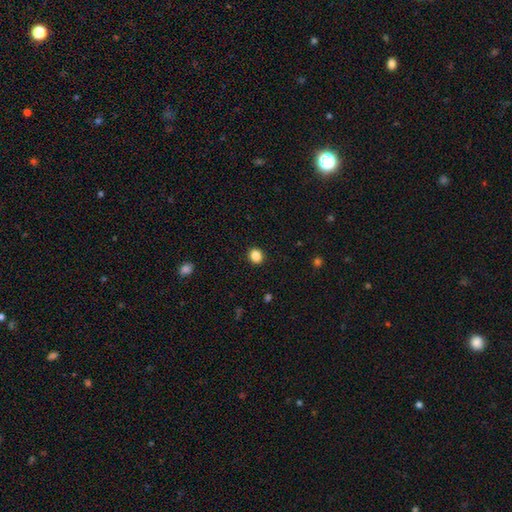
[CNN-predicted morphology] This is clearly a smooth galaxy (86%). How rounded: likely round (76%). Merging: clearly none (92%).